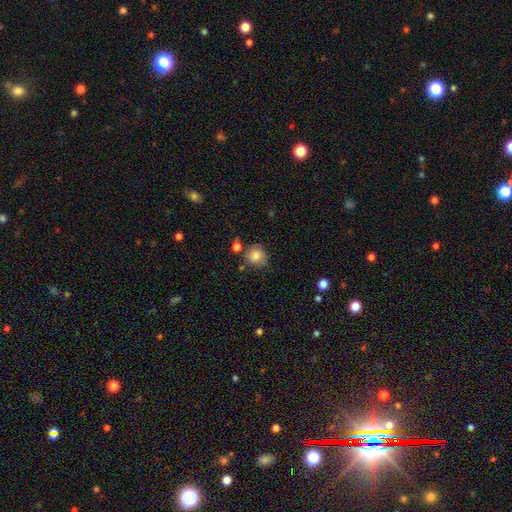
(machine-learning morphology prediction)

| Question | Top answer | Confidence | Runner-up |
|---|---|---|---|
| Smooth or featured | smooth | 84% | star or artifact (10%) |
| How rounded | round | 86% | in between (13%) |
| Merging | none | 69% | minor disturbance (18%) |